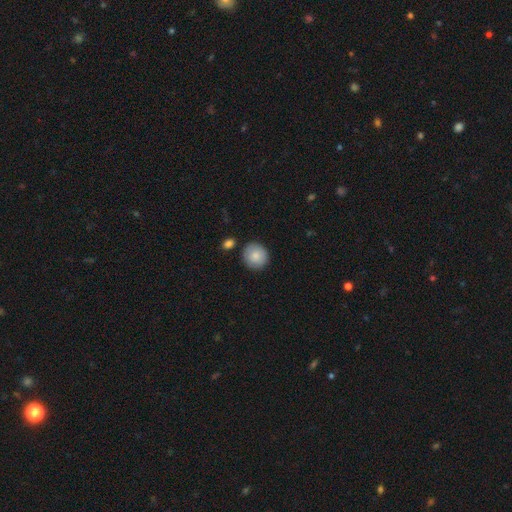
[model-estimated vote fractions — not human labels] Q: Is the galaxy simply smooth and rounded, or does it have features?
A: smooth — 84%.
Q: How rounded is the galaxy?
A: round — 91%.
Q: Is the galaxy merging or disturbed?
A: none — 85%.